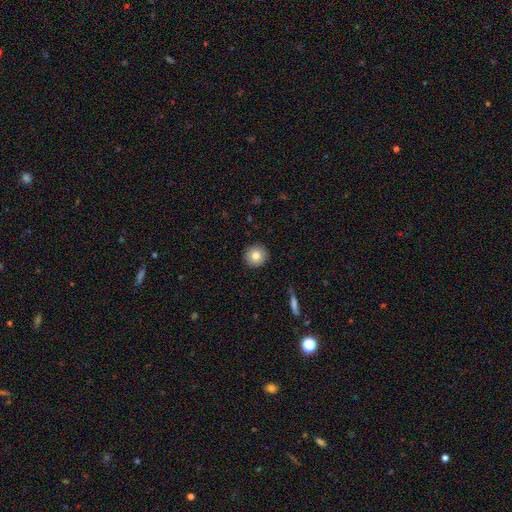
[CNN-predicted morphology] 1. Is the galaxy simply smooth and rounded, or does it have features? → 81% smooth, 10% featured or disk, 9% star or artifact.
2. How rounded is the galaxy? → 93% round, 6% in between, 1% cigar-shaped.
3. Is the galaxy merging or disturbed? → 92% none, 6% minor disturbance, 2% major disturbance, 1% merger.